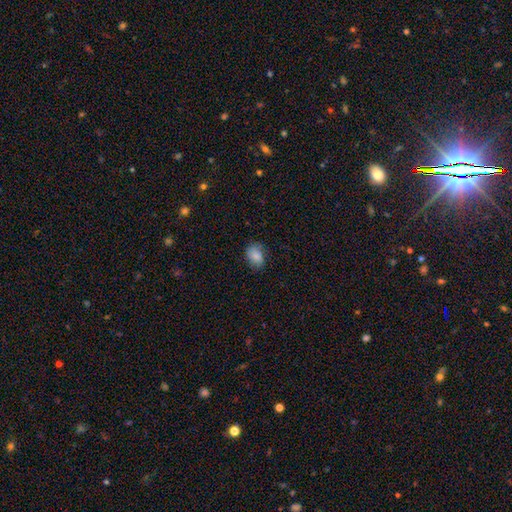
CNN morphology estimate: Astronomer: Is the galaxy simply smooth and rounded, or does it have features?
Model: smooth — 85%.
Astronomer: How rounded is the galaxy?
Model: in between — 74%.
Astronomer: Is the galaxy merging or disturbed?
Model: none — 73%.